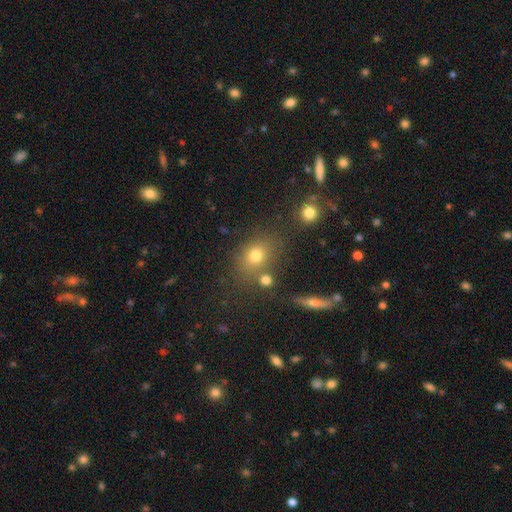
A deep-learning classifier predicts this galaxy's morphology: smooth 72%, star or artifact 16%, featured or disk 12%. Down the decision tree: how rounded — round (49%, tied with in between); merging — none (68%).